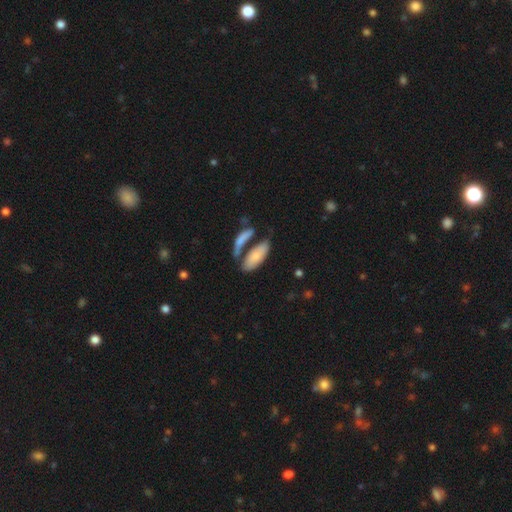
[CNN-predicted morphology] Smooth or featured: smooth — 76% (featured or disk — 18%)
How rounded: in between — 79% (cigar-shaped — 18%)
Merging: none — 44% (merger — 36%)